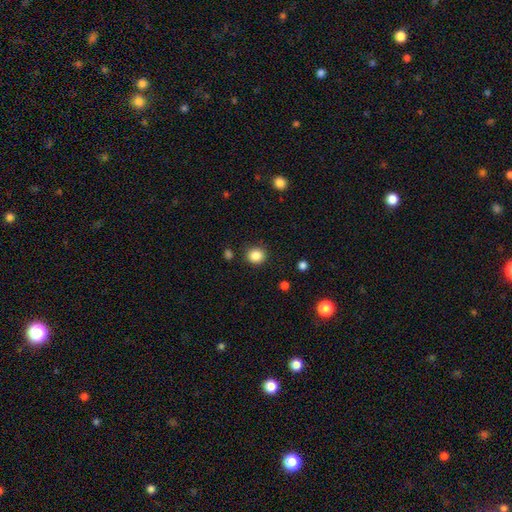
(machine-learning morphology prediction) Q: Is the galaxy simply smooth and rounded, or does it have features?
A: smooth — 86%.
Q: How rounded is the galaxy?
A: round — 85%.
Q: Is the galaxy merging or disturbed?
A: none — 89%.